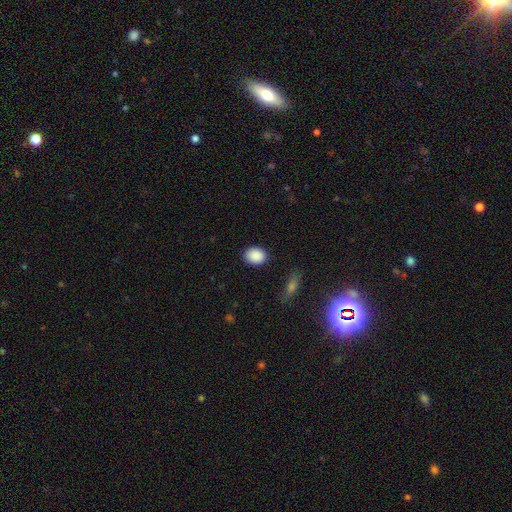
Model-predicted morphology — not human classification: A smooth galaxy with no disk features (89%) that is in between round and cigar-shaped (55%). Merging: none (87%).